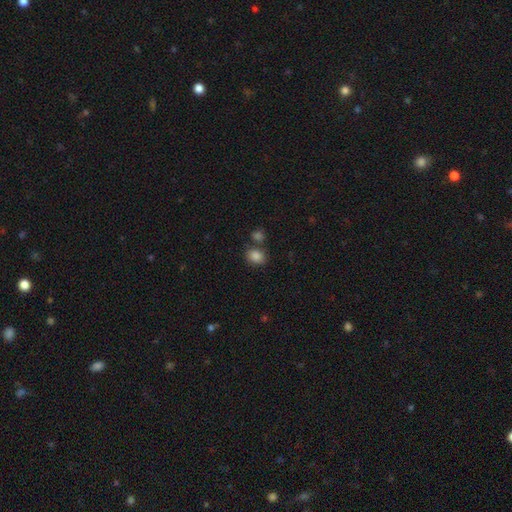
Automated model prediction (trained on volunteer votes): Morphology: type=smooth (85%); roundness=in between (53%); merging=none (65%).